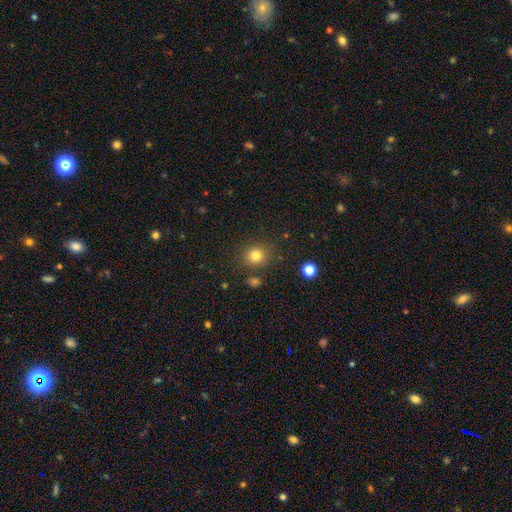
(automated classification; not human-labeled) The model was most divided on "smooth or featured": smooth: 81%, star or artifact: 13%, featured or disk: 6%. More confident: how rounded — round (84%); merging — none (81%).